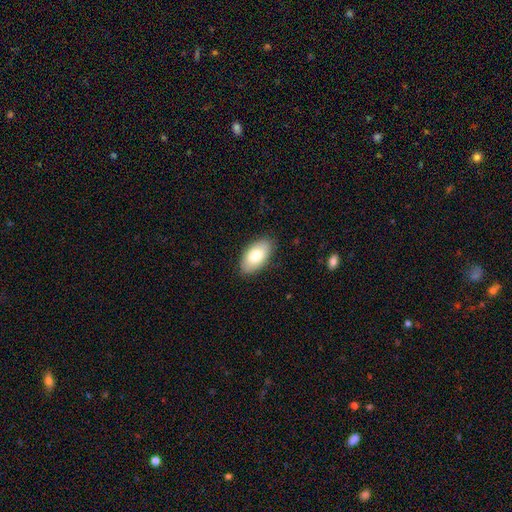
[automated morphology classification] Smooth or featured? smooth (77%)
How rounded? in between (94%)
Merging? none (87%)